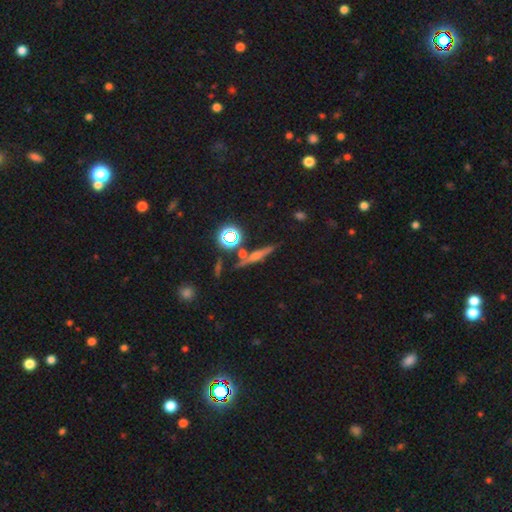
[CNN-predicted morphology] Smooth or featured?
  - featured or disk: 54% *
  - smooth: 25%
  - star or artifact: 21%
Edge-on disk?
  - yes: 94% *
  - no: 6%
Edge-on bulge?
  - rounded: 75% *
  - none: 16%
  - boxy: 9%
Merging?
  - none: 82% *
  - minor disturbance: 9%
  - merger: 6%
  - major disturbance: 3%